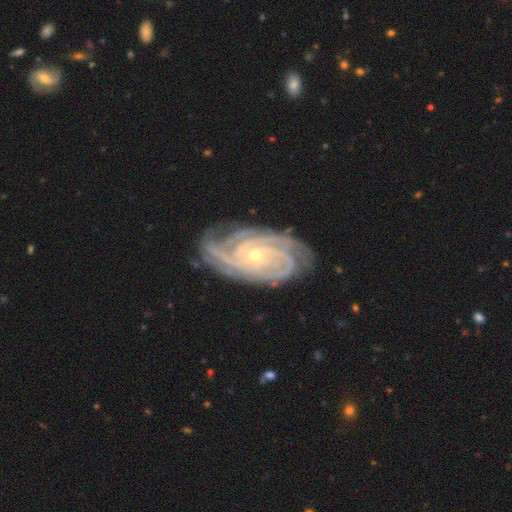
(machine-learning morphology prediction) Smooth or featured? featured or disk (92%)
Edge-on disk? no (97%)
Bar? no (74%)
Spiral arms? yes (99%)
Spiral winding? tight (79%)
Spiral arm count? 4 (33%)
Bulge size? small (75%)
Merging? none (76%)